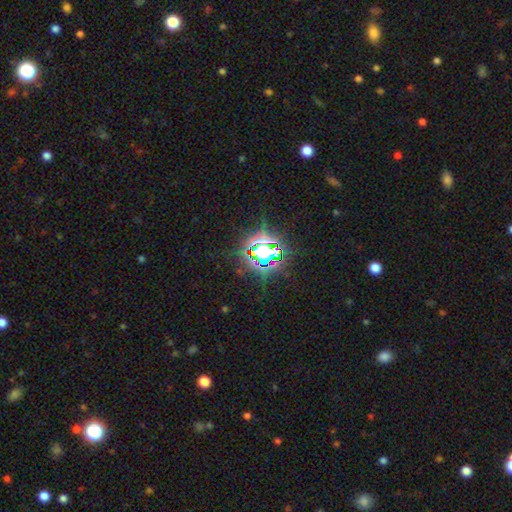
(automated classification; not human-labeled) This appears to be a star or artifact, not a galaxy (77%).